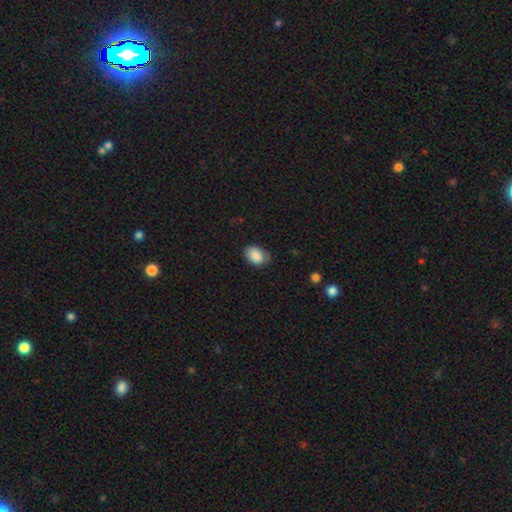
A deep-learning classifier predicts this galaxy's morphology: This appears to be a smooth galaxy with no disk features (85%) that is in between round and cigar-shaped (84%). Merging: none (71%).